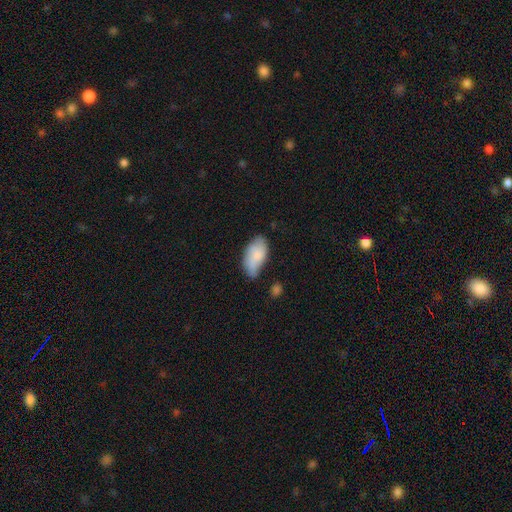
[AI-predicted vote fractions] Smooth or featured: smooth — 78% (featured or disk — 16%)
How rounded: in between — 94% (cigar-shaped — 3%)
Merging: none — 48% (minor disturbance — 37%)